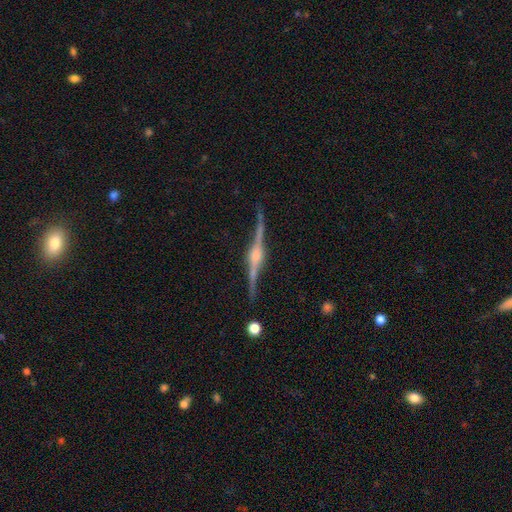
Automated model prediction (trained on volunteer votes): Q: Smooth or featured?
A: featured or disk (90%); runner-up: star or artifact (5%)
Q: Edge-on disk?
A: yes (97%); runner-up: no (3%)
Q: Edge-on bulge?
A: rounded (84%); runner-up: boxy (13%)
Q: Merging?
A: none (85%); runner-up: minor disturbance (11%)